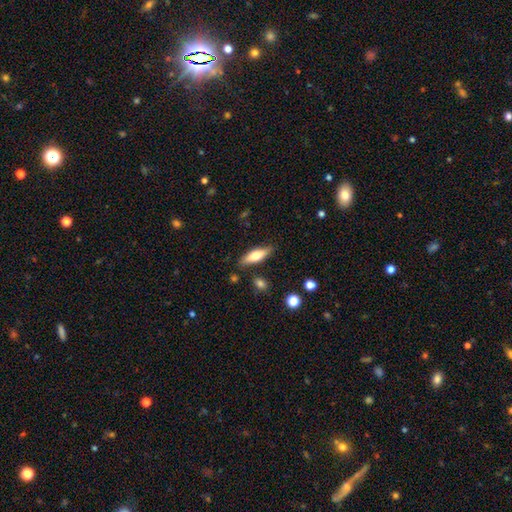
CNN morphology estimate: Smooth or featured? Predicted: smooth (p=0.64). How rounded? Predicted: in between (p=0.53). Merging? Predicted: none (p=0.82).